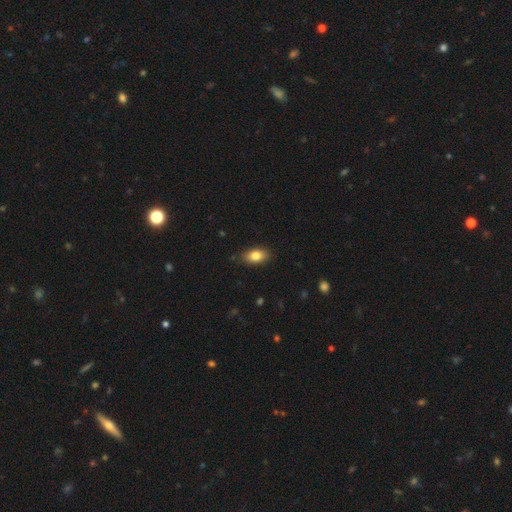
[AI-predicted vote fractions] This appears to be a smooth galaxy with no disk features (82%) that is in between round and cigar-shaped (90%). Merging: none (85%).